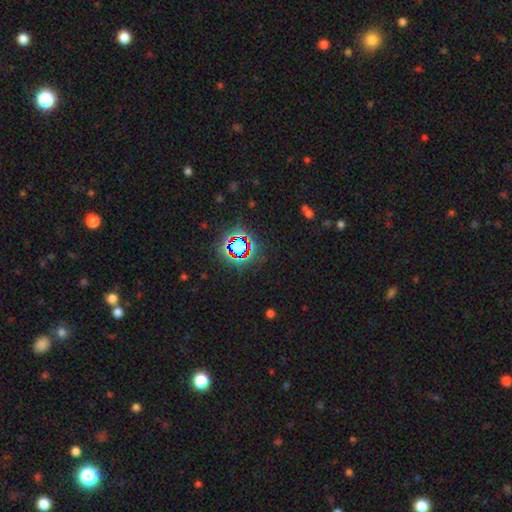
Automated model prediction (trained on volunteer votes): Smooth or featured: star or artifact — 78% (smooth — 13%)